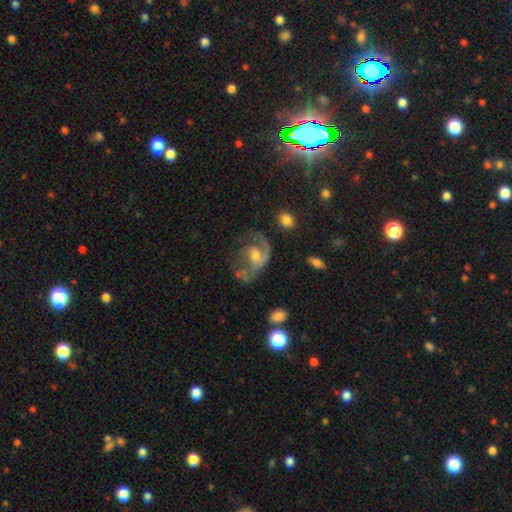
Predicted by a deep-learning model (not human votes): This is likely a featured or disk galaxy (76%). It is clearly not viewed edge-on (97%). Bar: possibly no (57%). Spiral arm pattern: clearly yes (84%). Spiral arm count: possibly 1 (55%). Spiral winding: marginally medium (42%). Central bulge: possibly moderate (49%). Merging: marginally none (37%, tied with major disturbance).